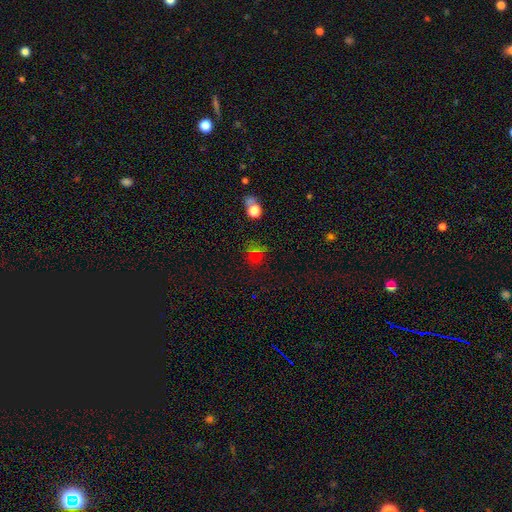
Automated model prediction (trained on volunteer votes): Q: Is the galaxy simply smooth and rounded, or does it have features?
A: smooth — 48%.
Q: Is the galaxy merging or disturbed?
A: none — 71%.